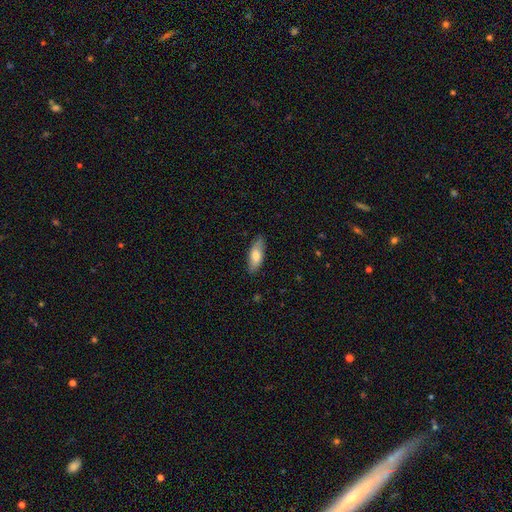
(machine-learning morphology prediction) smooth-or-featured: smooth: 72% | featured or disk: 23% | star or artifact: 6%
  how-rounded: in between: 70% | cigar-shaped: 28% | round: 2%
  merging: none: 83% | minor disturbance: 13% | major disturbance: 2% | merger: 1%